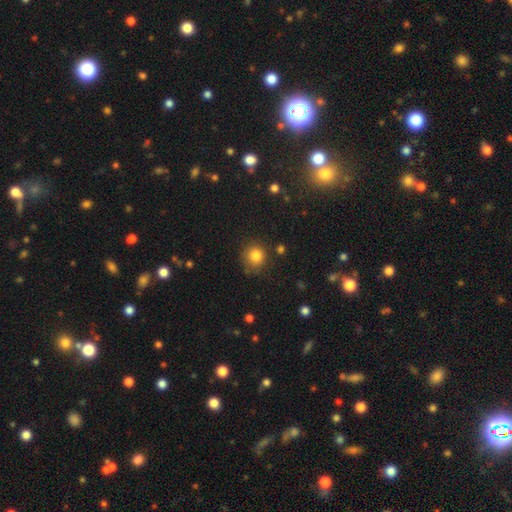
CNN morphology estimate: smooth_or_featured: smooth (p=0.83) [alt: star or artifact p=0.11]
how_rounded: round (p=0.89) [alt: in between p=0.10]
merging: none (p=0.79) [alt: minor disturbance p=0.14]